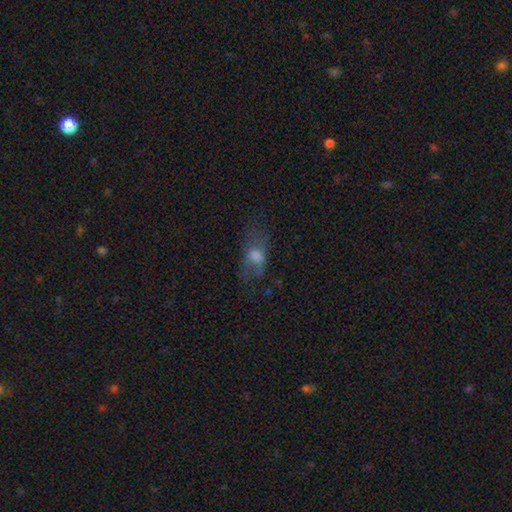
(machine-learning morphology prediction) Overall: smooth (43%; featured or disk 38%). Merging: none (58%; minor disturbance 21%).